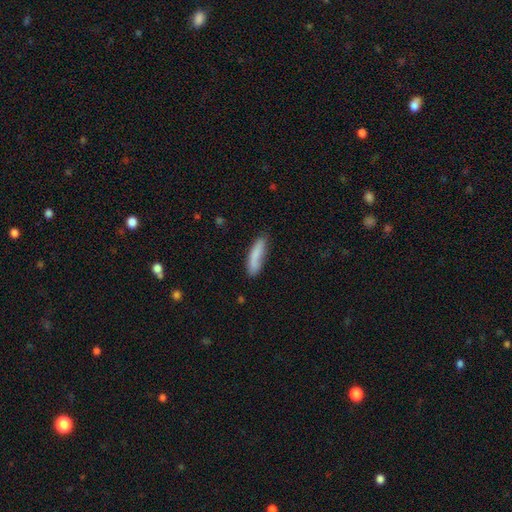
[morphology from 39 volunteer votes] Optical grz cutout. It shows a smooth galaxy with no disk features (82%) that is cigar-shaped (81%). Merging: none (58%).